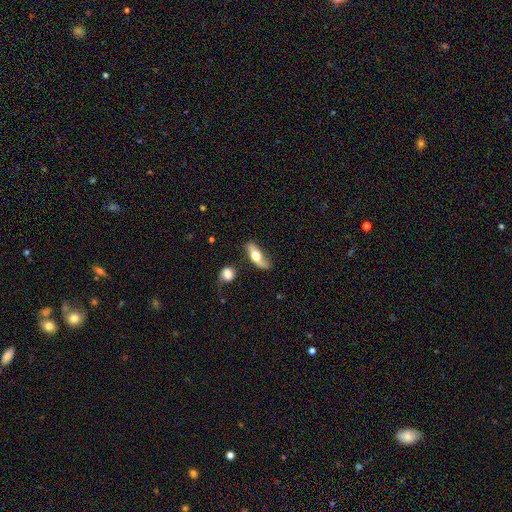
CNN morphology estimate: The model was most divided on "smooth or featured" (2-way tie): smooth: 47%, featured or disk: 47%, star or artifact: 6%. More confident: merging — none (62%).